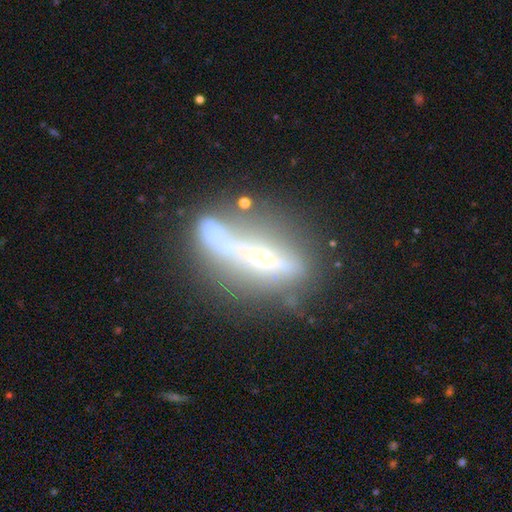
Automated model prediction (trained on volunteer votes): This is likely a featured or disk galaxy (67%). It is possibly viewed edge-on (57%). Merging: marginally none (43%).